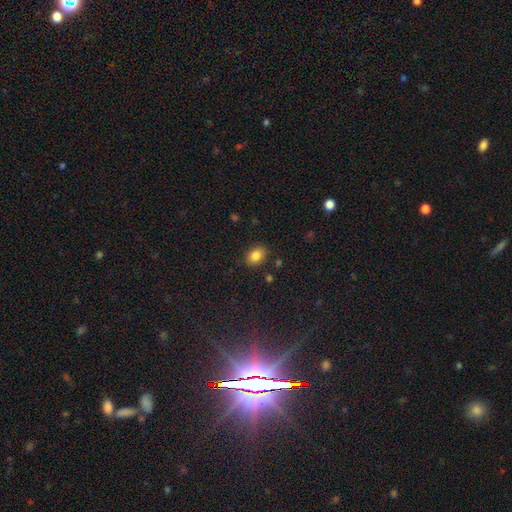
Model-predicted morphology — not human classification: Smooth or featured: smooth — 83% (star or artifact — 10%)
How rounded: in between — 70% (round — 29%)
Merging: none — 84% (minor disturbance — 11%)